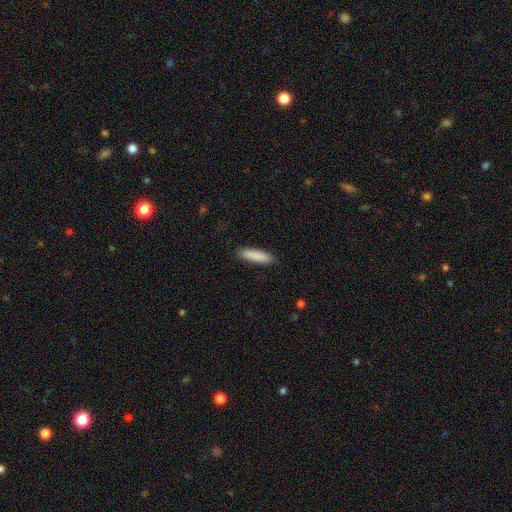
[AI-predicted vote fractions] Morphology: type=smooth (88%); roundness=cigar-shaped (70%); merging=none (88%).